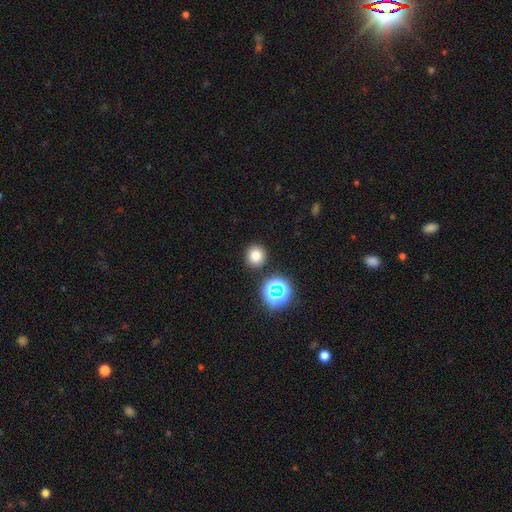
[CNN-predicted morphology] Smooth or featured? smooth (76%)
How rounded? round (88%)
Merging? none (87%)